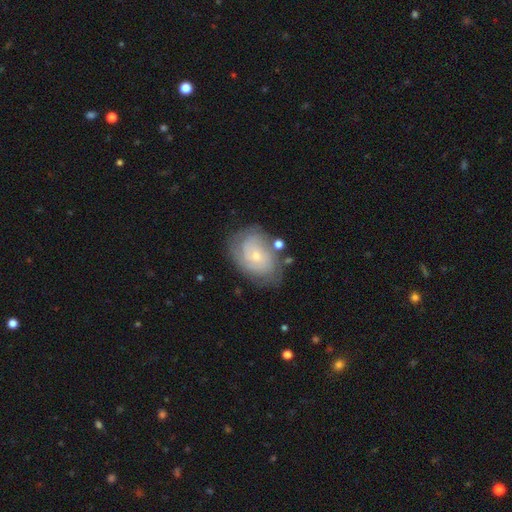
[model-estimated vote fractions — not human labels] Smooth or featured? Predicted: featured or disk (p=0.69). Edge-on disk? Predicted: no (p=0.97). Bar? Predicted: no (p=0.76). Spiral arms? Predicted: yes (p=0.85). Spiral winding? Predicted: tight (p=0.67). Spiral arm count? Predicted: can't tell (p=0.47). Bulge size? Predicted: small (p=0.72). Merging? Predicted: none (p=0.68).